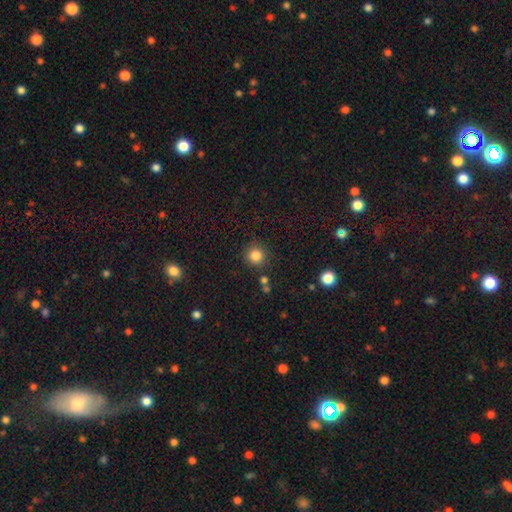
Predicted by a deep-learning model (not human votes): Q: Smooth or featured?
A: smooth (83%); runner-up: star or artifact (12%)
Q: How rounded?
A: round (93%); runner-up: in between (6%)
Q: Merging?
A: none (85%); runner-up: minor disturbance (8%)